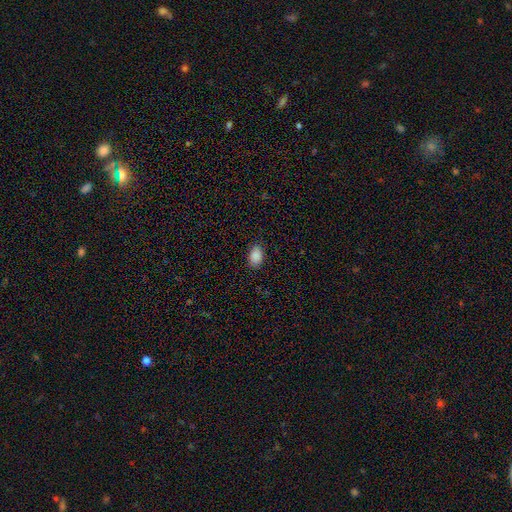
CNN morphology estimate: This appears to be a smooth galaxy with no disk features (89%) that is in between round and cigar-shaped (88%). Merging: none (86%).